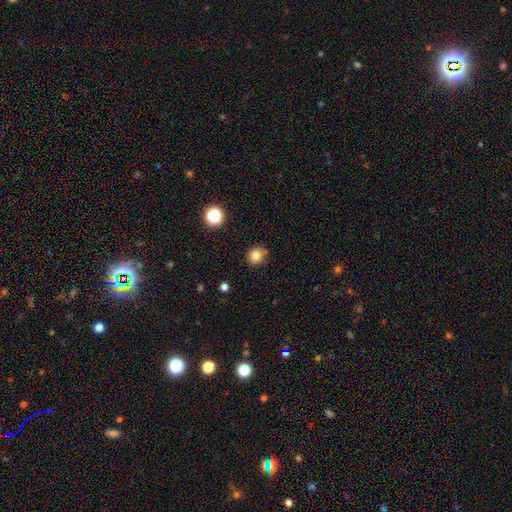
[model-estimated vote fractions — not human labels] smooth 82%, star or artifact 13%, featured or disk 6%. Down the decision tree: how rounded — round (80%); merging — none (79%).